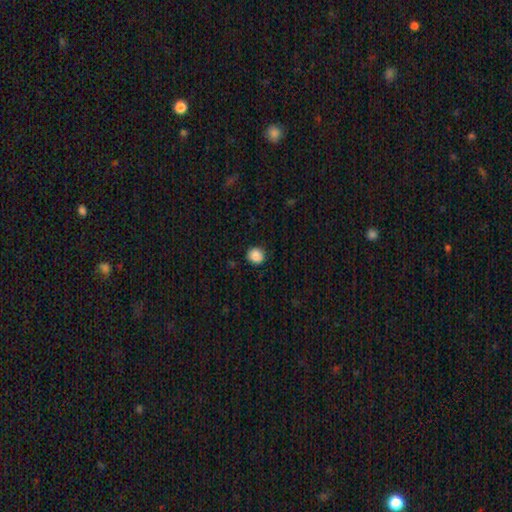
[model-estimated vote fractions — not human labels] Smooth or featured: smooth — 86% (star or artifact — 9%)
How rounded: round — 79% (in between — 20%)
Merging: none — 84% (minor disturbance — 12%)